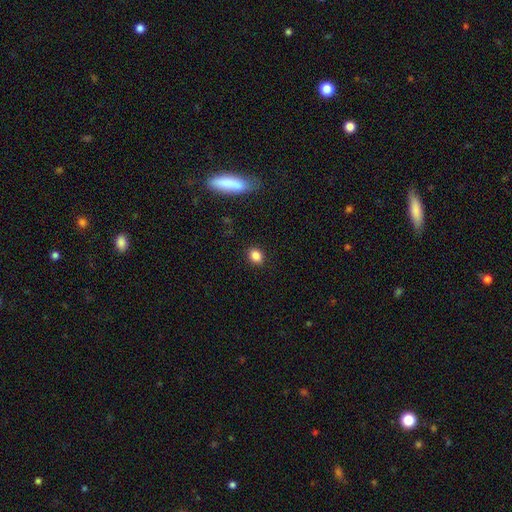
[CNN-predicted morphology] smooth-or-featured: smooth: 85% | star or artifact: 11% | featured or disk: 4%
  how-rounded: round: 54% | in between: 44% | cigar-shaped: 2%
  merging: none: 89% | minor disturbance: 8% | major disturbance: 2% | merger: 1%